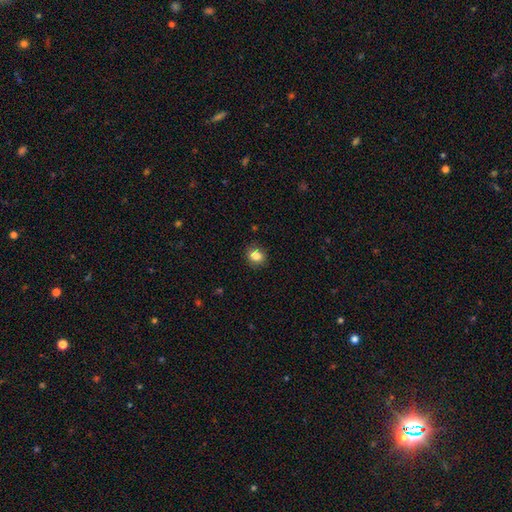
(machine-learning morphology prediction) A smooth galaxy with no disk features (84%) that is round (61%).

Vote fractions:
- Smooth or featured? smooth: 84% / star or artifact: 10% / featured or disk: 6%
- How rounded? round: 61% / in between: 38% / cigar-shaped: 1%
- Merging? none: 87% / minor disturbance: 9% / major disturbance: 2% / merger: 1%